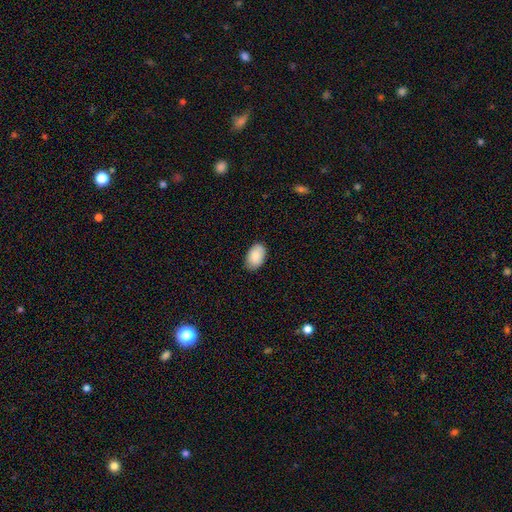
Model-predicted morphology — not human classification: A smooth galaxy with no disk features (88%) that is in between round and cigar-shaped (92%). Merging: none (85%).